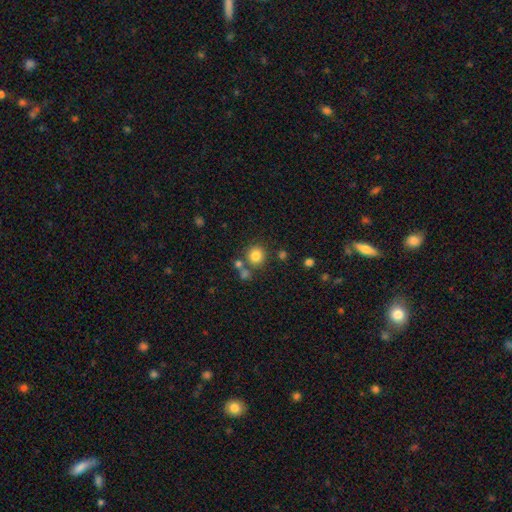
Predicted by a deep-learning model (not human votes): smooth-or-featured: smooth: 81% | star or artifact: 12% | featured or disk: 7%
  how-rounded: round: 89% | in between: 10% | cigar-shaped: 1%
  merging: none: 75% | merger: 12% | minor disturbance: 9% | major disturbance: 4%